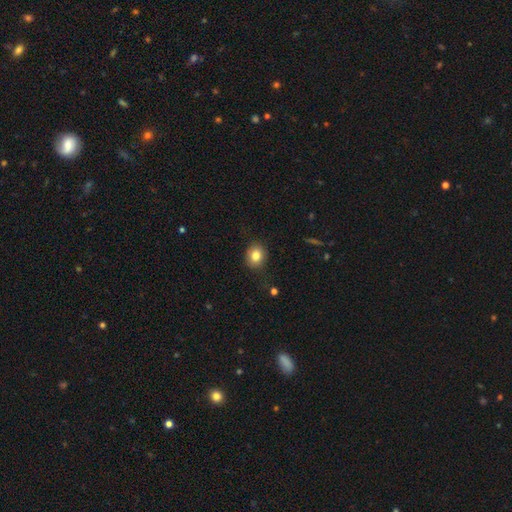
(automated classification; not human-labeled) Morphology: type=smooth (83%); roundness=round (61%); merging=none (85%).